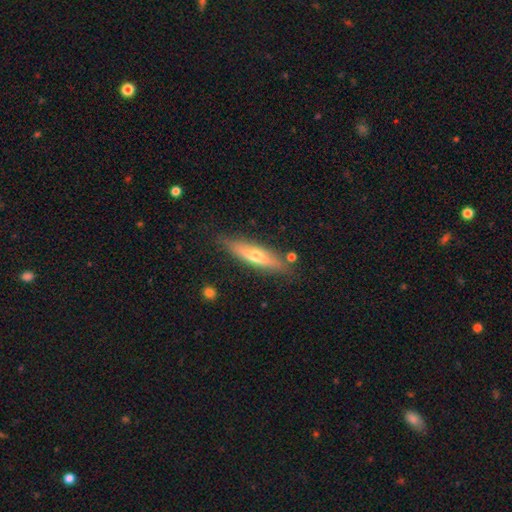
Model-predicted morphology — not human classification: Smooth or featured: featured or disk — 51% (smooth — 42%)
Edge-on disk: yes — 85% (no — 15%)
Merging: none — 81% (minor disturbance — 13%)